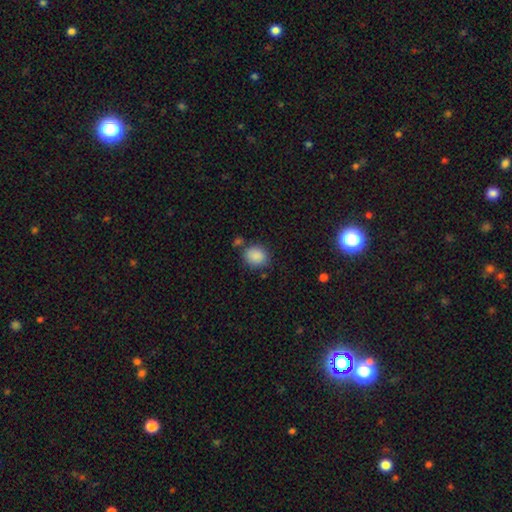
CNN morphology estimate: Smooth or featured? smooth (88%)
How rounded? round (63%)
Merging? none (73%)